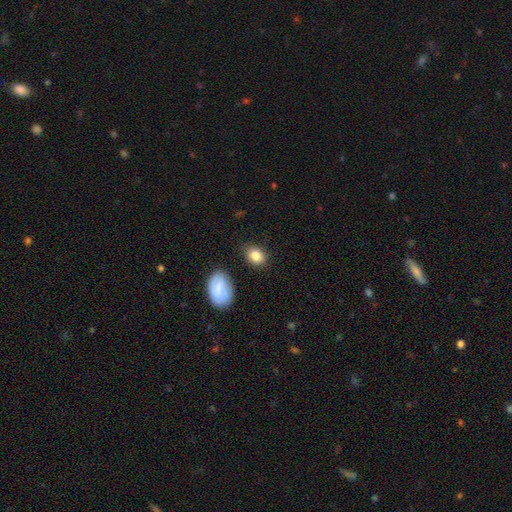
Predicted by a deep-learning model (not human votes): Smooth or featured: smooth — 84% (star or artifact — 9%)
How rounded: in between — 60% (round — 39%)
Merging: none — 82% (minor disturbance — 12%)